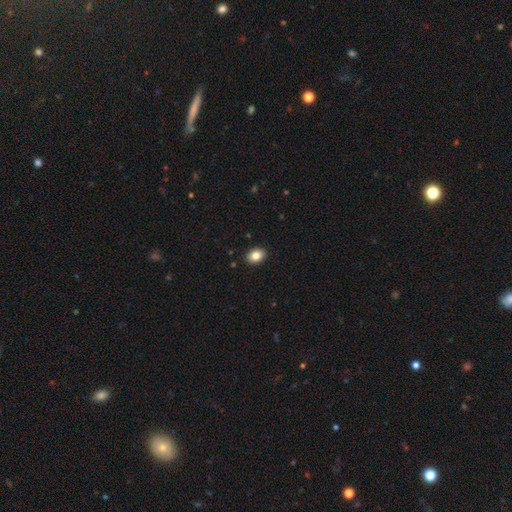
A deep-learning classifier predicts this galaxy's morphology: smooth 84%, star or artifact 9%, featured or disk 8%. Down the decision tree: how rounded — in between (72%); merging — none (90%).